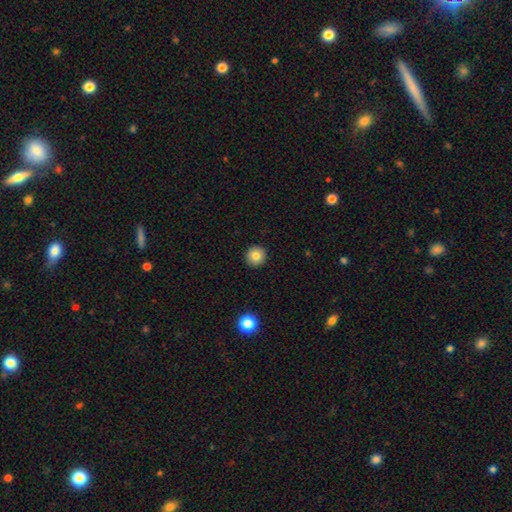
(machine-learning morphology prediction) smooth 83%, star or artifact 10%, featured or disk 7%. Down the decision tree: how rounded — round (96%); merging — none (93%).